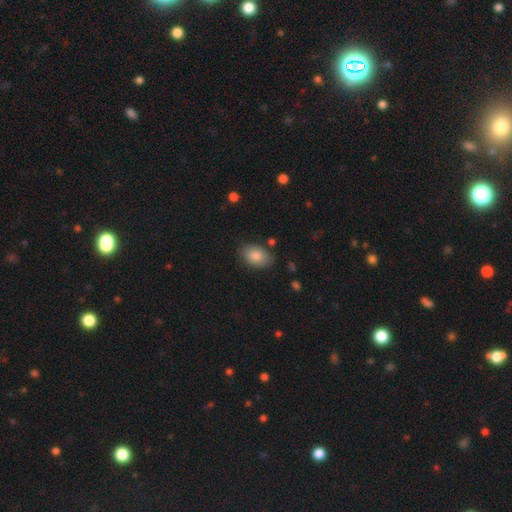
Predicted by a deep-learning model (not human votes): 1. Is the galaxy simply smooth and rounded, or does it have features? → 82% smooth, 10% featured or disk, 7% star or artifact.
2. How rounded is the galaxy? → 83% in between, 16% round, 1% cigar-shaped.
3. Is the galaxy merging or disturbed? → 79% none, 16% minor disturbance, 3% major disturbance, 2% merger.